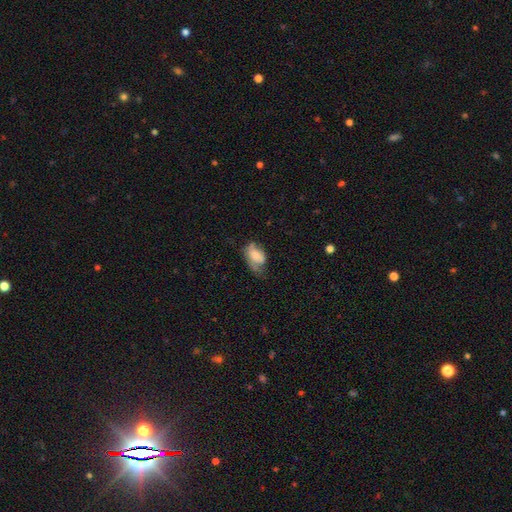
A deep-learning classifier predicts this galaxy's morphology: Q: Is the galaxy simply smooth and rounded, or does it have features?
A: smooth — 62%.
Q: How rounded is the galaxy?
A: in between — 89%.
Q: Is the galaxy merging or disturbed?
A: minor disturbance — 35%.